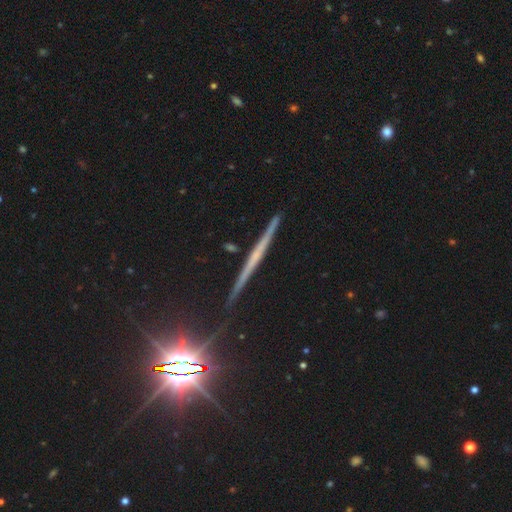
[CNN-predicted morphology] Overall: featured or disk (61%). Edge-on disk: yes (97%). Edge-on bulge: none (76%). Merging: none (88%).